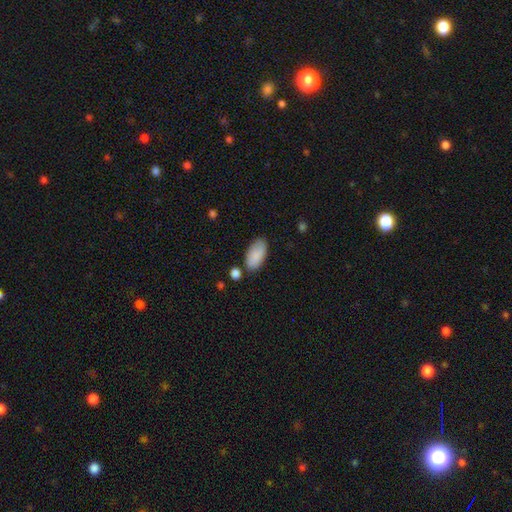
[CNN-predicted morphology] The model was most divided on "merging": none: 73%, minor disturbance: 18%, merger: 5%, major disturbance: 4%. More confident: how rounded — in between (94%); smooth or featured — smooth (87%).